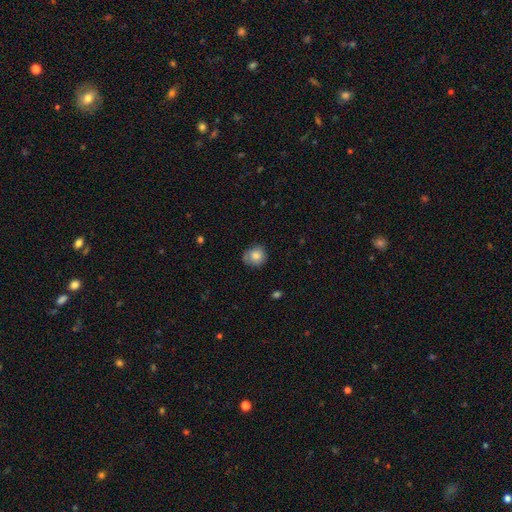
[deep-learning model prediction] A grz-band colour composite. It shows a smooth galaxy with no disk features (80%) that is round (83%). Merging: none (70%).